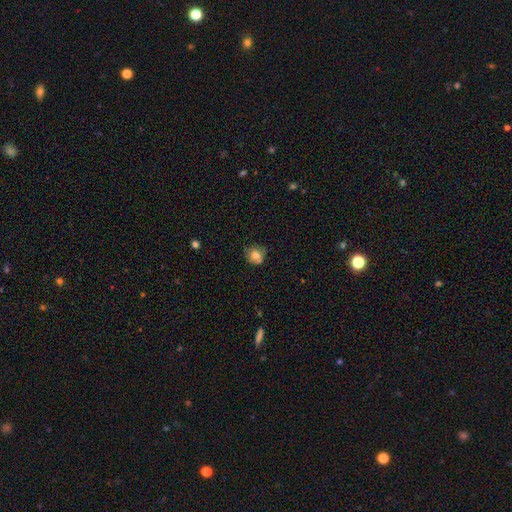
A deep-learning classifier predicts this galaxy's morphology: This appears to be a smooth galaxy with no disk features (77%) that is round (88%). Merging: none (69%).